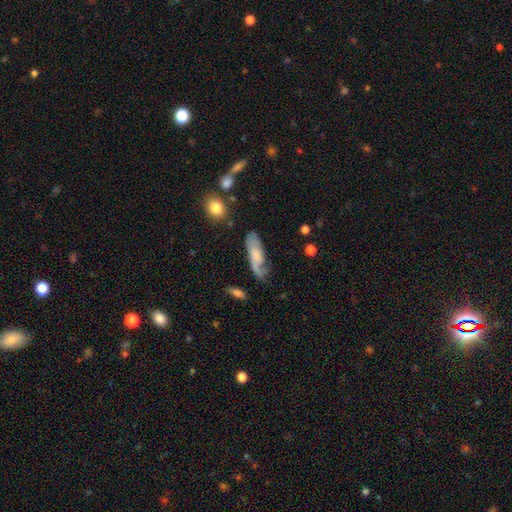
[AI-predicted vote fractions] This appears to be a featured or disk galaxy (50%). Merging: none (50%).